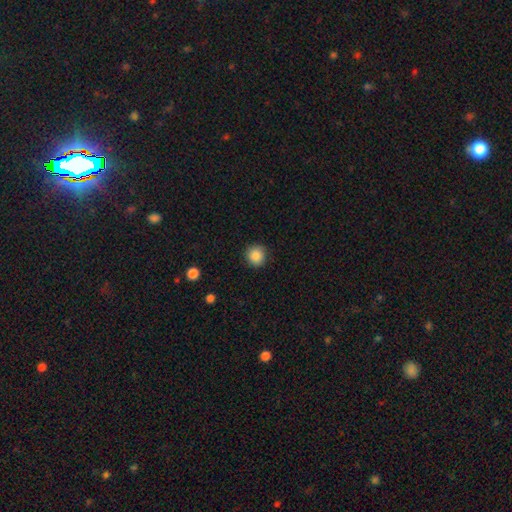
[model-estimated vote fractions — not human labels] This is clearly a smooth galaxy (87%). How rounded: clearly round (92%). Merging: clearly none (90%).